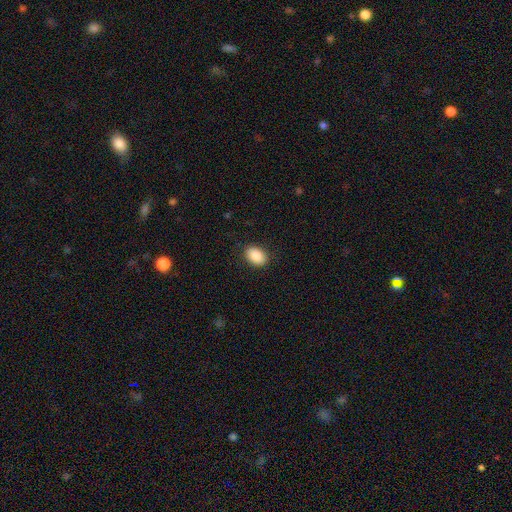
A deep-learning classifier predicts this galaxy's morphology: Q: Smooth or featured?
A: smooth (88%); runner-up: star or artifact (7%)
Q: How rounded?
A: in between (80%); runner-up: round (19%)
Q: Merging?
A: none (88%); runner-up: minor disturbance (9%)